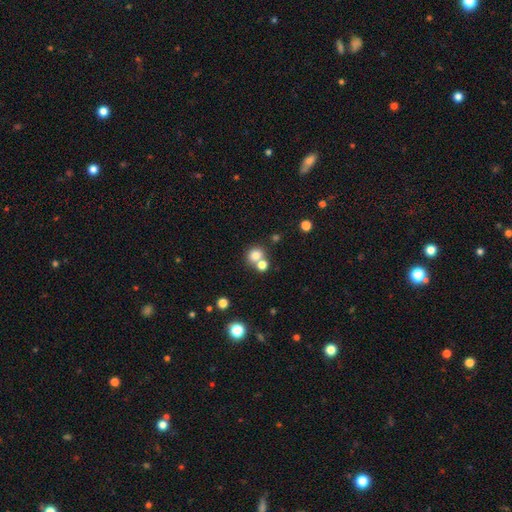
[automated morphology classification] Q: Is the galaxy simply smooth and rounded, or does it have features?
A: smooth — 78%.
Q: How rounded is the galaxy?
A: round — 77%.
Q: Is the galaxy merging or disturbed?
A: none — 50%.